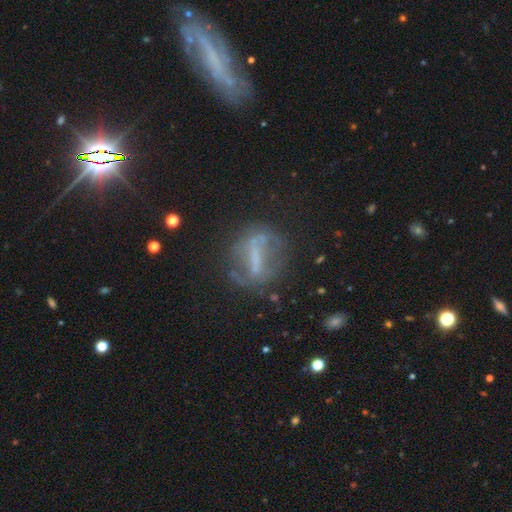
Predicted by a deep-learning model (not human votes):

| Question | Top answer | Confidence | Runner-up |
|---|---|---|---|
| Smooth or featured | featured or disk | 55% | smooth (25%) |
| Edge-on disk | no | 80% | yes (20%) |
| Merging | none | 61% | minor disturbance (19%) |